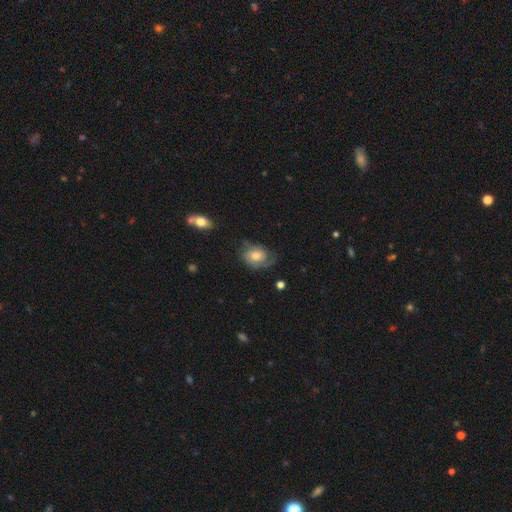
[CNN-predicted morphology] Smooth or featured? Predicted: featured or disk (p=0.51). Edge-on disk? Predicted: no (p=0.96). Merging? Predicted: none (p=0.52).